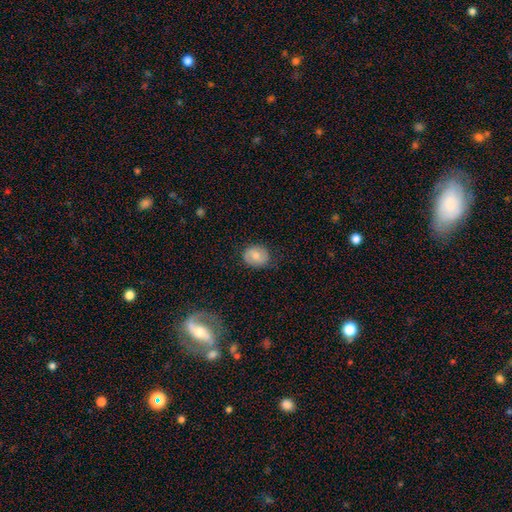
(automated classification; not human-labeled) Smooth or featured?
  - smooth: 62% *
  - featured or disk: 31%
  - star or artifact: 8%
How rounded?
  - round: 62% *
  - in between: 37%
  - cigar-shaped: 1%
Merging?
  - none: 80% *
  - minor disturbance: 15%
  - major disturbance: 3%
  - merger: 1%